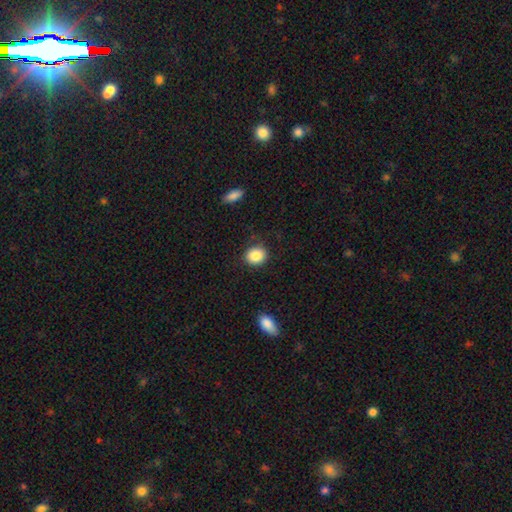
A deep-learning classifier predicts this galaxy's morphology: This is clearly a smooth galaxy (87%). How rounded: likely round (68%). Merging: clearly none (86%).